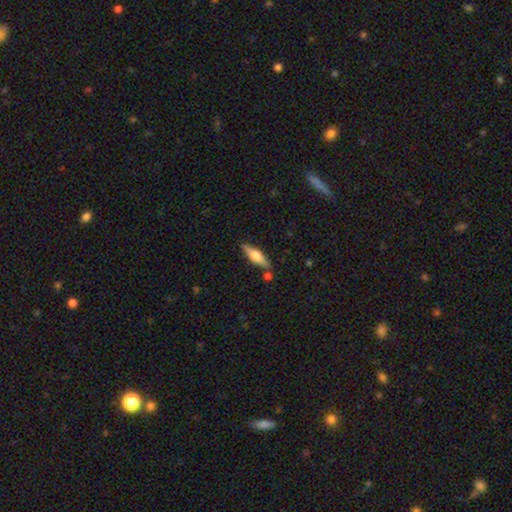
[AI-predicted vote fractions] A featured or disk galaxy (51%) viewed edge-on (93%).

Vote fractions:
- Smooth or featured? featured or disk: 51% / smooth: 42% / star or artifact: 6%
- Edge-on disk? yes: 93% / no: 7%
- Merging? none: 80% / minor disturbance: 12% / merger: 6% / major disturbance: 3%